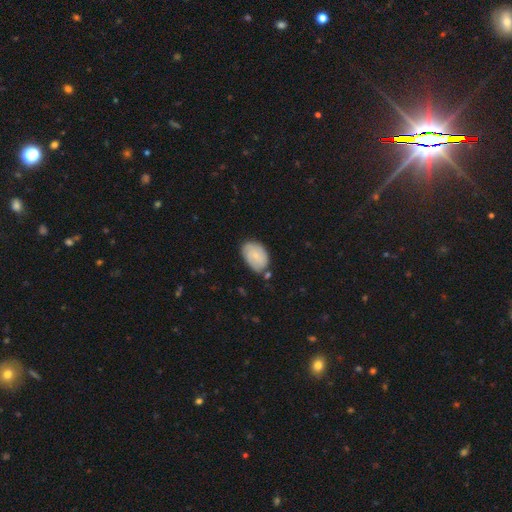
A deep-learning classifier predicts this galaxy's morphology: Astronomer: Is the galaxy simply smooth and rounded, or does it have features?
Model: smooth — 59% (runner-up: featured or disk, 35%).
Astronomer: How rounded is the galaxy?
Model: in between — 87%.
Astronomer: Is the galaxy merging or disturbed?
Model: none — 65%.